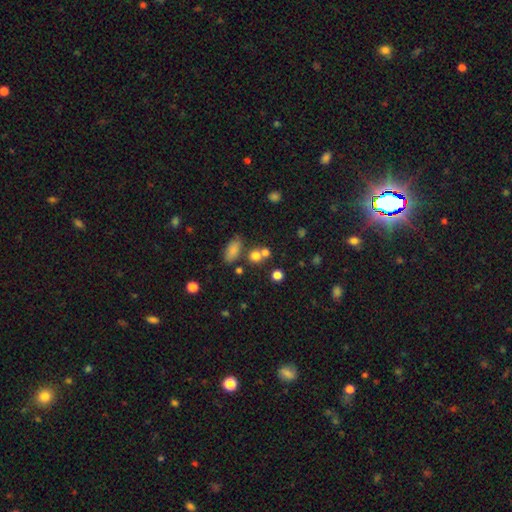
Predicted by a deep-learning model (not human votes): smooth-or-featured: smooth: 73% | star or artifact: 17% | featured or disk: 9%
  how-rounded: round: 74% | in between: 23% | cigar-shaped: 2%
  merging: none: 58% | merger: 28% | minor disturbance: 10% | major disturbance: 4%